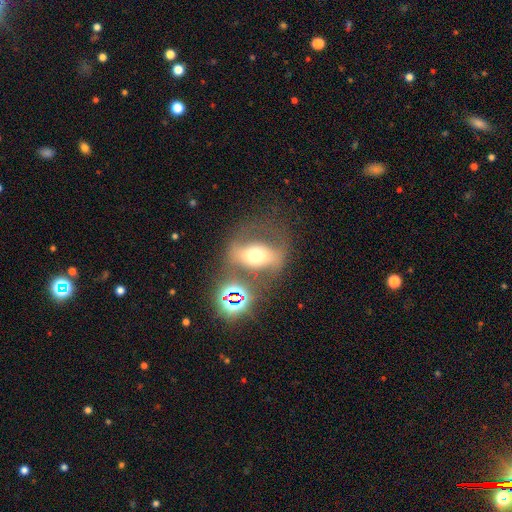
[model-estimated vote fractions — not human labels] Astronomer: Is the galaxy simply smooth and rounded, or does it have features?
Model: featured or disk — 48% (runner-up: smooth, 35%).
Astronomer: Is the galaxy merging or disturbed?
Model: none — 53%.